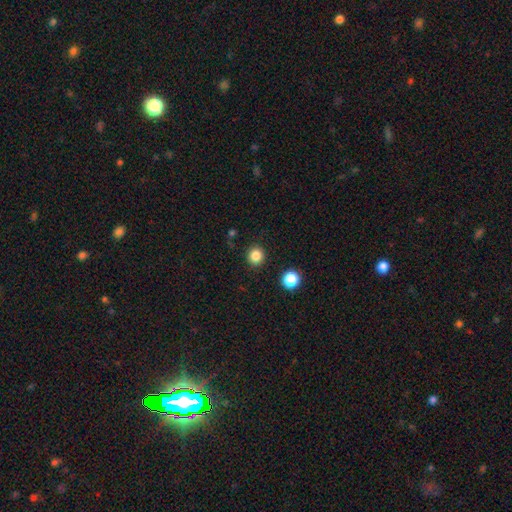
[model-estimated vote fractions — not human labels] Smooth or featured?
  - smooth: 84% *
  - star or artifact: 12%
  - featured or disk: 4%
How rounded?
  - round: 90% *
  - in between: 9%
  - cigar-shaped: 1%
Merging?
  - none: 91% *
  - minor disturbance: 5%
  - major disturbance: 2%
  - merger: 2%